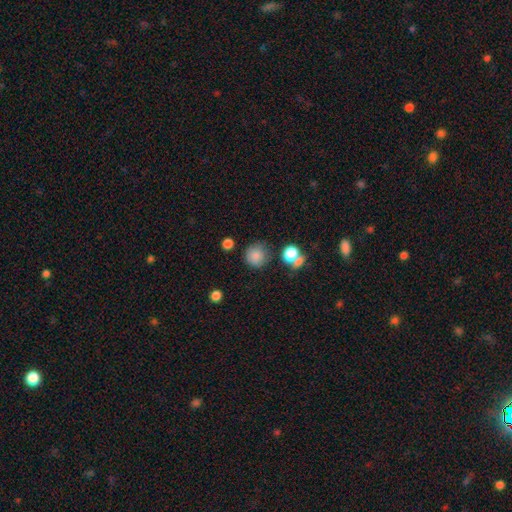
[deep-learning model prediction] A smooth galaxy with no disk features (84%) that is round (92%).

Vote fractions:
- Smooth or featured? smooth: 84% / star or artifact: 11% / featured or disk: 5%
- How rounded? round: 92% / in between: 7% / cigar-shaped: 1%
- Merging? none: 75% / minor disturbance: 13% / merger: 7% / major disturbance: 5%